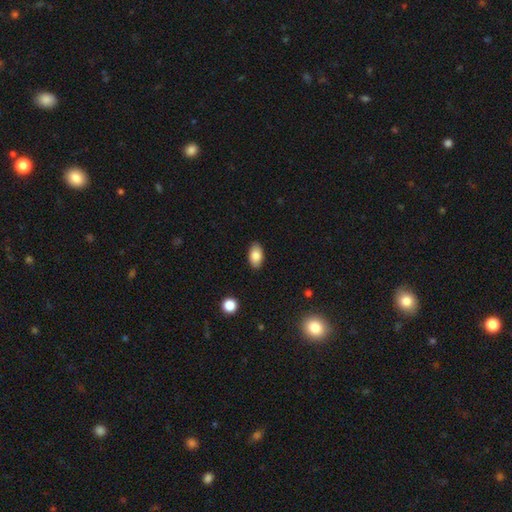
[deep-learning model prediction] A smooth galaxy with no disk features (85%) that is in between round and cigar-shaped (92%).

Vote fractions:
- Smooth or featured? smooth: 85% / star or artifact: 7% / featured or disk: 7%
- How rounded? in between: 92% / round: 6% / cigar-shaped: 2%
- Merging? none: 88% / minor disturbance: 9% / major disturbance: 2% / merger: 1%